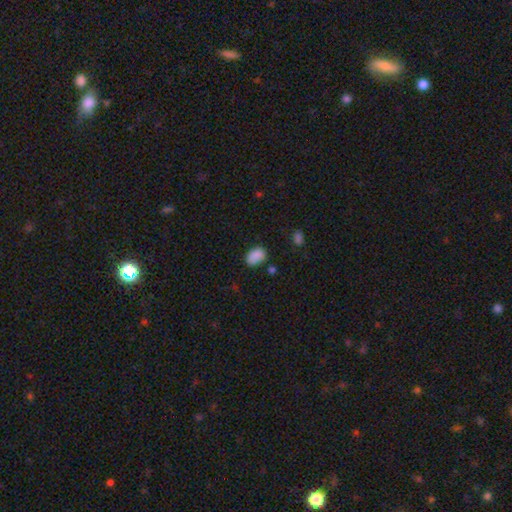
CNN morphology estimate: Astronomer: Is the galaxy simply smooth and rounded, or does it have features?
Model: smooth — 87%.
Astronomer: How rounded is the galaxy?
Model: in between — 86%.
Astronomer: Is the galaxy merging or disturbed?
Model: none — 74%.